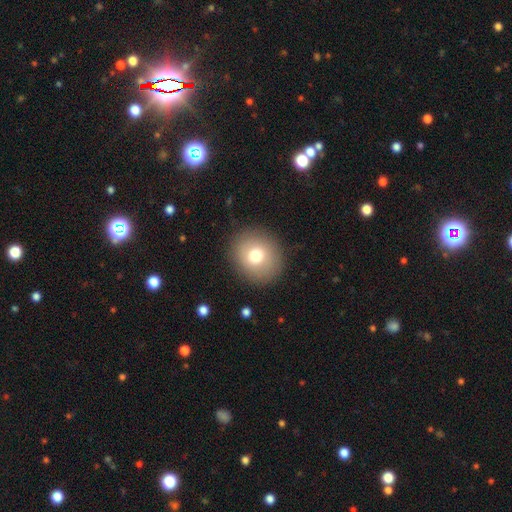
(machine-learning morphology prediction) type=smooth (75%); roundness=round (82%); merging=none (88%).